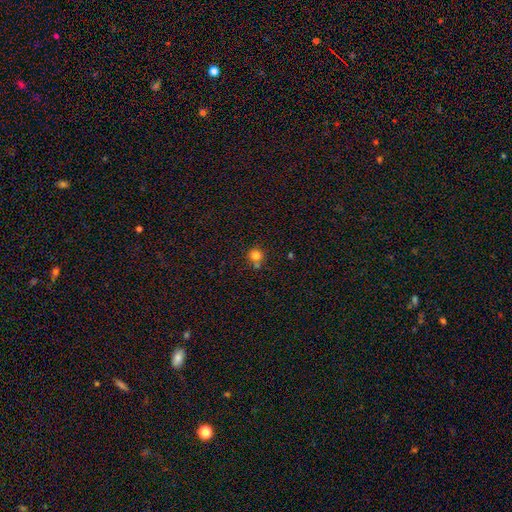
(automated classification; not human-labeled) A smooth galaxy with no disk features (80%) that is round (91%).

Vote fractions:
- Smooth or featured? smooth: 80% / star or artifact: 13% / featured or disk: 7%
- How rounded? round: 91% / in between: 8% / cigar-shaped: 1%
- Merging? none: 65% / merger: 20% / minor disturbance: 11% / major disturbance: 3%